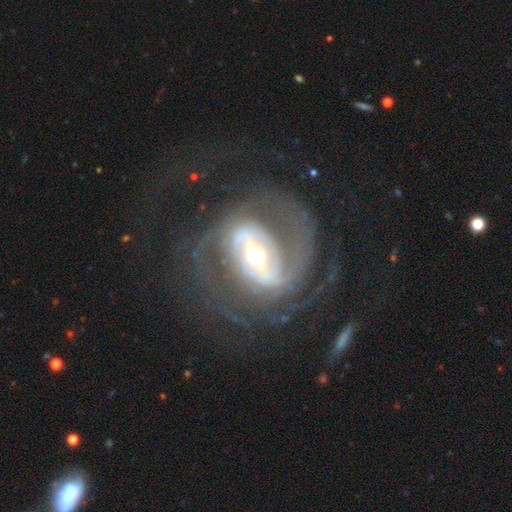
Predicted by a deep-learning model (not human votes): smooth-or-featured: featured or disk: 88% | smooth: 7% | star or artifact: 6%
  disk-edge-on: no: 96% | yes: 4%
    bar: strong: 44% | weak: 31% | no: 25%
    has-spiral-arms: yes: 92% | no: 8%
      spiral-winding: medium: 46% | tight: 32% | loose: 22%
      spiral-arm-count: 2: 67% | can't tell: 12% | 3: 8% | 1: 5% | 4: 4% | more than 4: 4%
    bulge-size: moderate: 65% | large: 18% | small: 14% | dominant: 2% | none: 1%
  merging: none: 68% | major disturbance: 16% | minor disturbance: 14% | merger: 2%